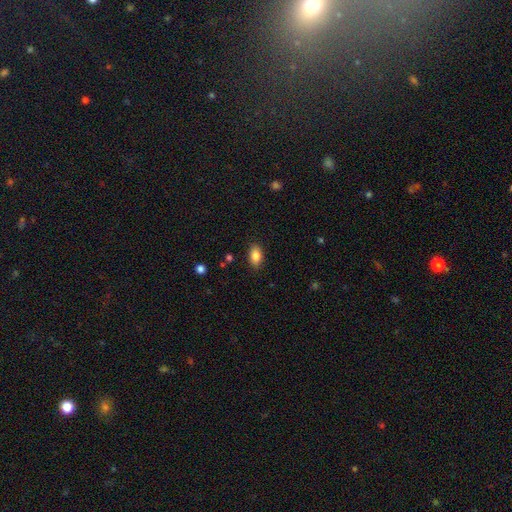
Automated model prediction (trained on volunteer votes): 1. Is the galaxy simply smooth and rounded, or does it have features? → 85% smooth, 8% star or artifact, 7% featured or disk.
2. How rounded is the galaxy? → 90% in between, 7% round, 3% cigar-shaped.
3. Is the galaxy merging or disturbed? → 87% none, 9% minor disturbance, 2% major disturbance, 1% merger.